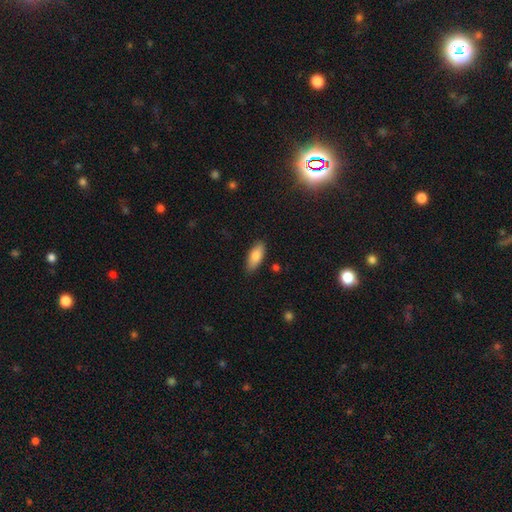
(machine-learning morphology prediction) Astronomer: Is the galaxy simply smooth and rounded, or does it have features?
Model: smooth — 79%.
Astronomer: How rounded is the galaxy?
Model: in between — 81%.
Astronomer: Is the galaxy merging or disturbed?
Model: none — 85%.